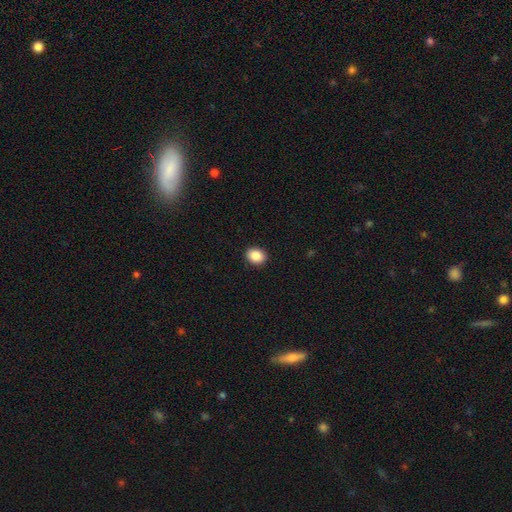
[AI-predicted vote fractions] This is clearly a smooth galaxy (88%). How rounded: possibly round (51%). Merging: clearly none (92%).